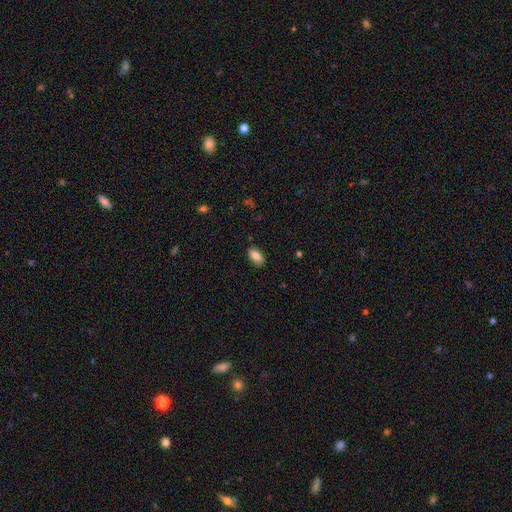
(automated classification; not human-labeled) A smooth galaxy with no disk features (85%) that is in between round and cigar-shaped (91%).

Vote fractions:
- Smooth or featured? smooth: 85% / featured or disk: 8% / star or artifact: 8%
- How rounded? in between: 91% / round: 5% / cigar-shaped: 4%
- Merging? none: 85% / minor disturbance: 11% / major disturbance: 2% / merger: 1%